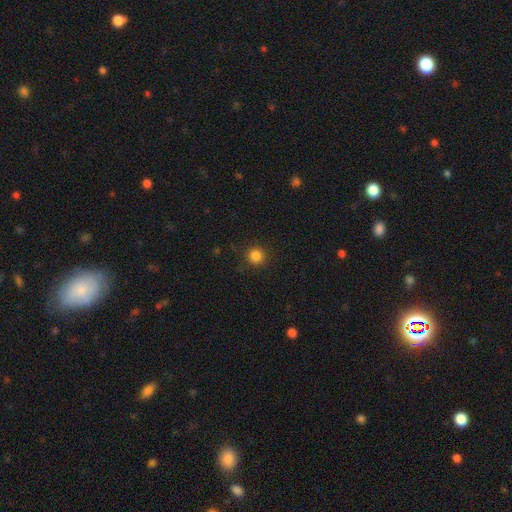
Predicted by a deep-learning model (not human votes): Smooth or featured? smooth (84%)
How rounded? round (95%)
Merging? none (91%)